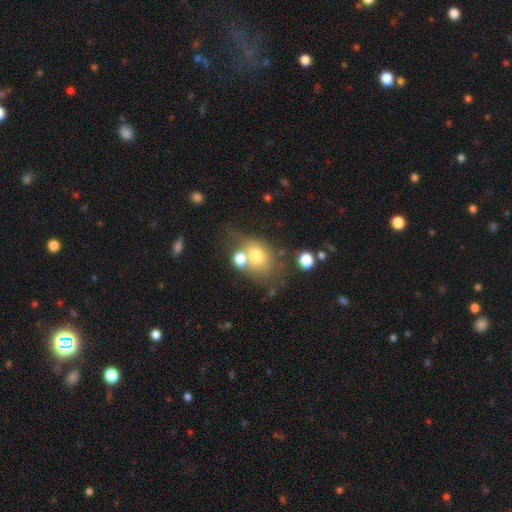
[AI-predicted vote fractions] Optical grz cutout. It shows a smooth galaxy with no disk features (69%) that is in between round and cigar-shaped (54%). Merging: merger (41%).